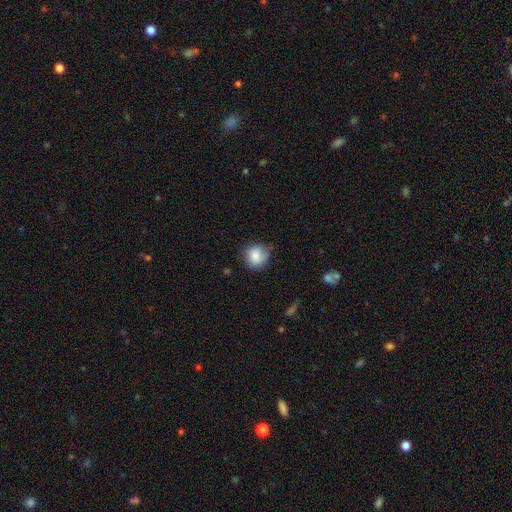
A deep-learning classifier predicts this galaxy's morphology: Smooth or featured? Predicted: smooth (p=0.79). How rounded? Predicted: round (p=0.76). Merging? Predicted: none (p=0.60).